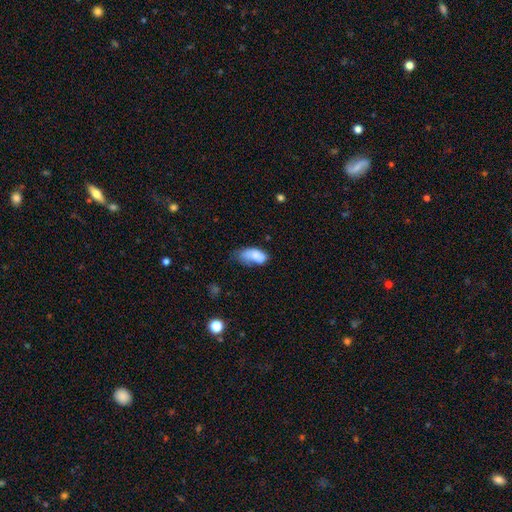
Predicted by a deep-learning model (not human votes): Smooth or featured? smooth (78%)
How rounded? in between (91%)
Merging? minor disturbance (38%)